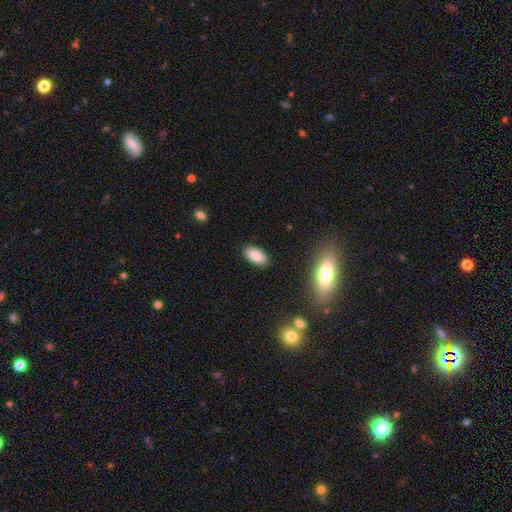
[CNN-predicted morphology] Smooth or featured? smooth (85%)
How rounded? in between (93%)
Merging? none (88%)